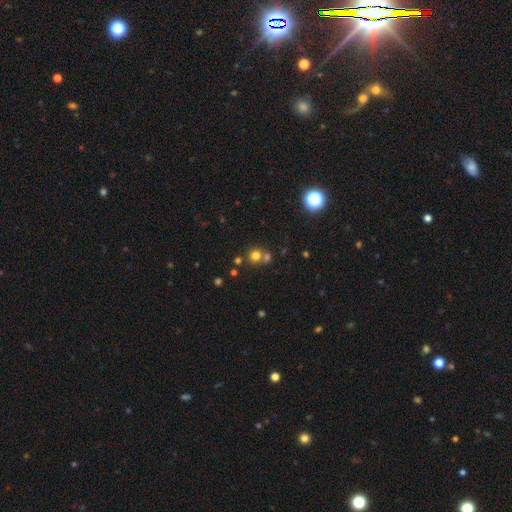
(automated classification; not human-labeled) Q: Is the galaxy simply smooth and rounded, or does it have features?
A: smooth — 72%.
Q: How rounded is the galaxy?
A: round — 89%.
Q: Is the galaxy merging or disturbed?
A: none — 58%.